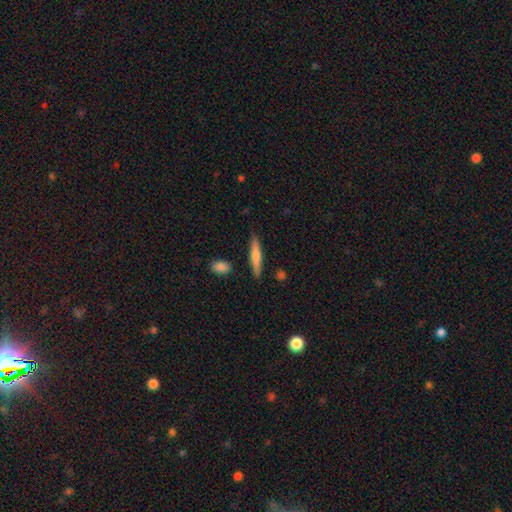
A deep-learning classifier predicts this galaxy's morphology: Overall: smooth (57%; featured or disk 37%). How rounded: cigar-shaped (90%). Merging: none (87%).